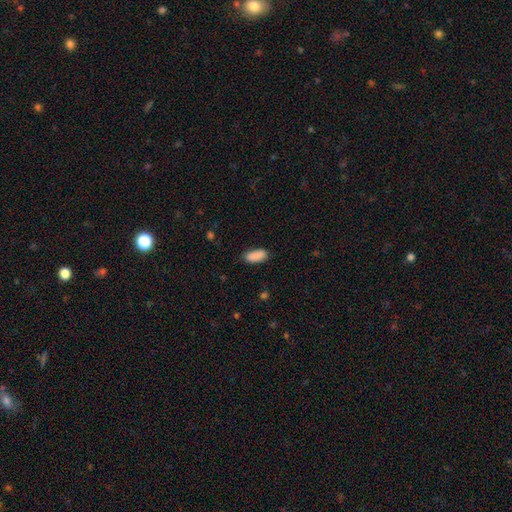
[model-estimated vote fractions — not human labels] A smooth galaxy with no disk features (90%) that is in between round and cigar-shaped (87%).

Vote fractions:
- Smooth or featured? smooth: 90% / star or artifact: 7% / featured or disk: 3%
- How rounded? in between: 87% / cigar-shaped: 11% / round: 2%
- Merging? none: 83% / minor disturbance: 13% / major disturbance: 3% / merger: 1%